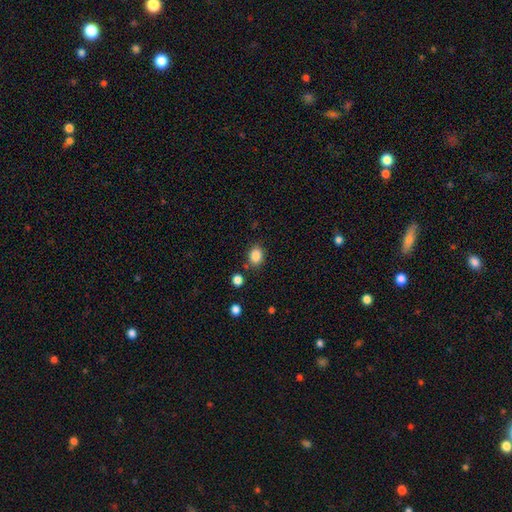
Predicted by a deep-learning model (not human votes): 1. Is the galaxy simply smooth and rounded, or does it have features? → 86% smooth, 10% star or artifact, 4% featured or disk.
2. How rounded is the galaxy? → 56% in between, 43% round, 1% cigar-shaped.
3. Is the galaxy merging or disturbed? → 79% none, 12% minor disturbance, 5% merger, 4% major disturbance.